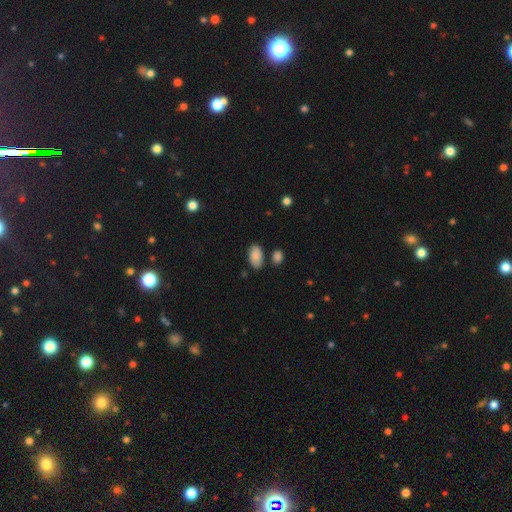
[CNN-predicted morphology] Q: Smooth or featured?
A: smooth (85%); runner-up: star or artifact (7%)
Q: How rounded?
A: in between (93%); runner-up: round (5%)
Q: Merging?
A: none (74%); runner-up: minor disturbance (15%)